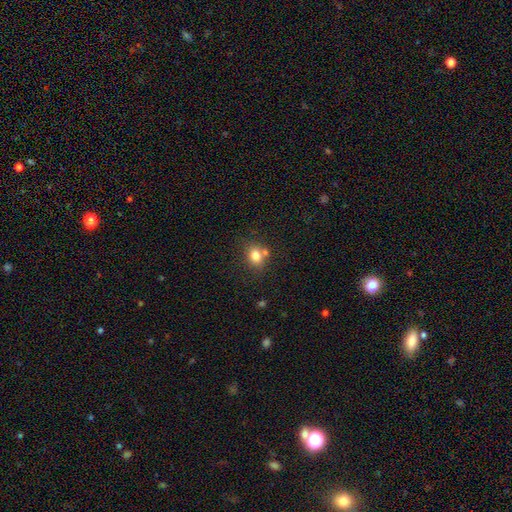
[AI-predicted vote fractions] Smooth or featured: smooth — 78% (star or artifact — 12%)
How rounded: round — 58% (in between — 41%)
Merging: none — 60% (merger — 22%)